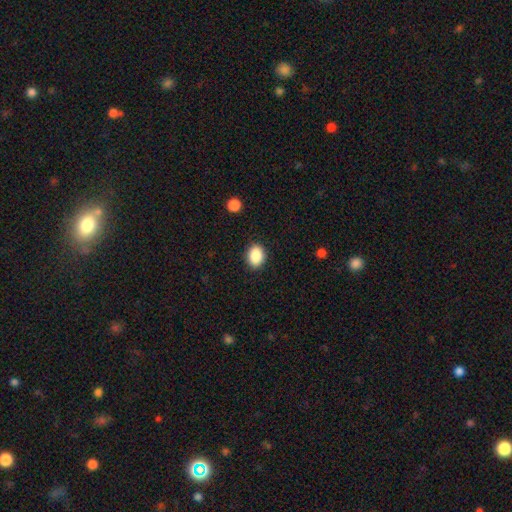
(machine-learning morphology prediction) Smooth or featured?
  - smooth: 88% *
  - star or artifact: 8%
  - featured or disk: 4%
How rounded?
  - in between: 66% *
  - round: 33%
  - cigar-shaped: 1%
Merging?
  - none: 88% *
  - minor disturbance: 8%
  - major disturbance: 2%
  - merger: 1%